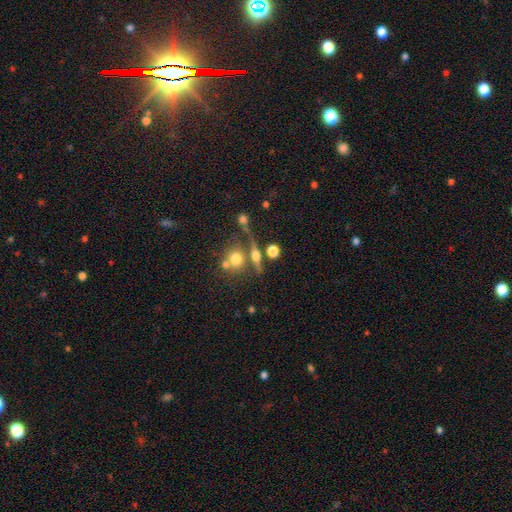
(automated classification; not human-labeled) Smooth or featured?
  - smooth: 47% *
  - featured or disk: 37%
  - star or artifact: 16%
Merging?
  - none: 56% *
  - merger: 23%
  - minor disturbance: 12%
  - major disturbance: 9%